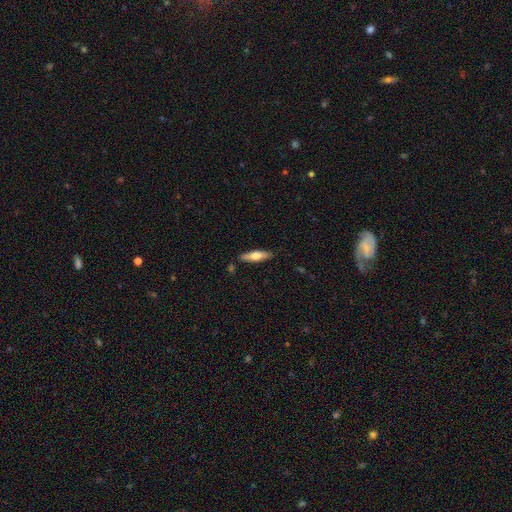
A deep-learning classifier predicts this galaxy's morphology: Smooth or featured? Predicted: smooth (p=0.53). How rounded? Predicted: cigar-shaped (p=0.69). Merging? Predicted: none (p=0.86).